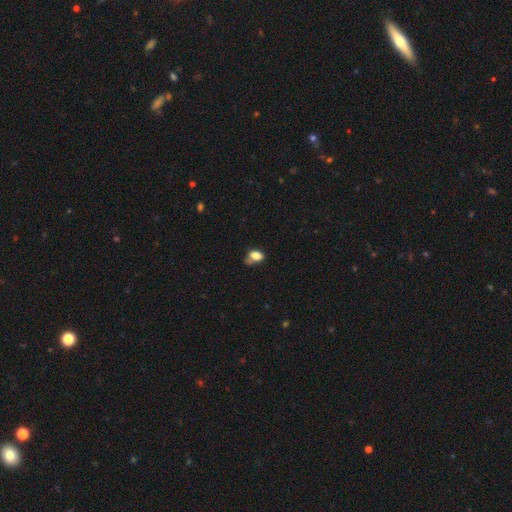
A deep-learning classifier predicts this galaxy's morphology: Smooth or featured?
  - smooth: 80% *
  - star or artifact: 10%
  - featured or disk: 10%
How rounded?
  - in between: 80% *
  - round: 18%
  - cigar-shaped: 2%
Merging?
  - none: 41% *
  - minor disturbance: 33%
  - merger: 13%
  - major disturbance: 13%